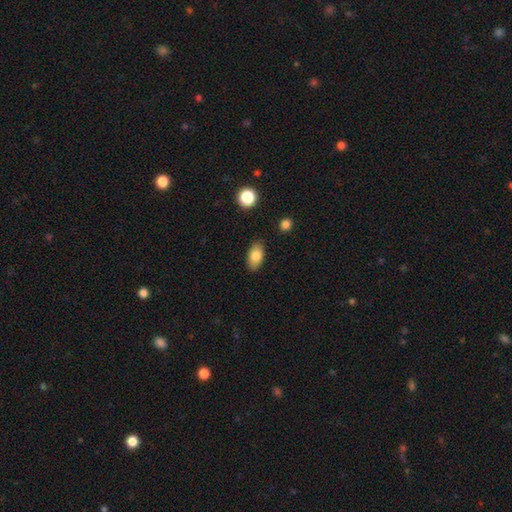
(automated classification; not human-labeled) Morphology: type=smooth (82%); roundness=in between (91%); merging=none (86%).